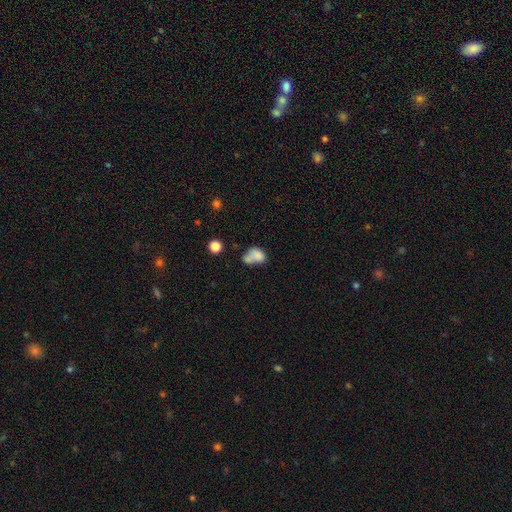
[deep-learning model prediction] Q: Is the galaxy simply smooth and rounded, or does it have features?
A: smooth — 72%.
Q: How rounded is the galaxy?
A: in between — 73%.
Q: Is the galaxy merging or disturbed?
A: merger — 49%.